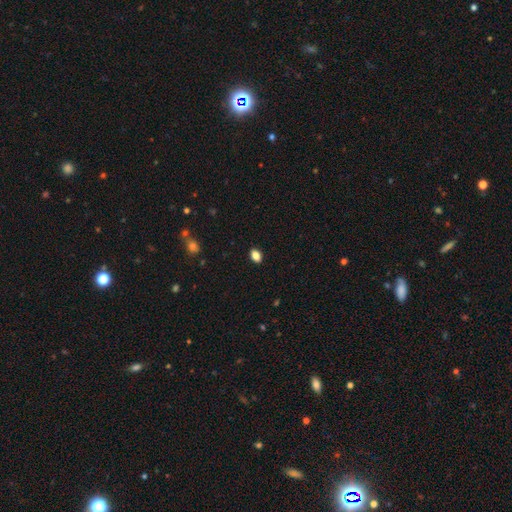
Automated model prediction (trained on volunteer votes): smooth-or-featured: smooth: 85% | star or artifact: 10% | featured or disk: 5%
  how-rounded: in between: 81% | round: 17% | cigar-shaped: 2%
  merging: none: 90% | minor disturbance: 7% | major disturbance: 2% | merger: 1%